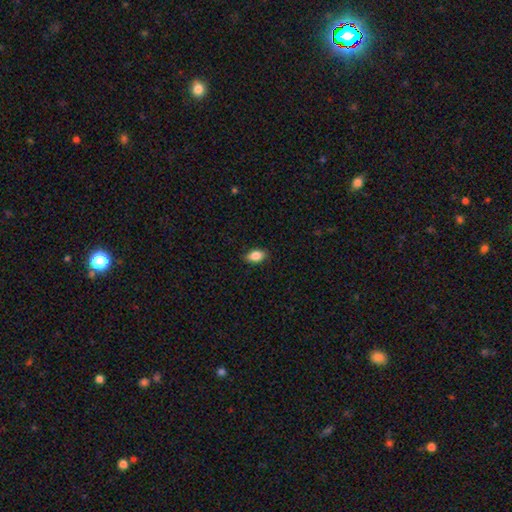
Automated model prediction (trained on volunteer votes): The model was most divided on "merging": none: 87%, minor disturbance: 10%, major disturbance: 2%, merger: 1%. More confident: how rounded — in between (89%); smooth or featured — smooth (86%).